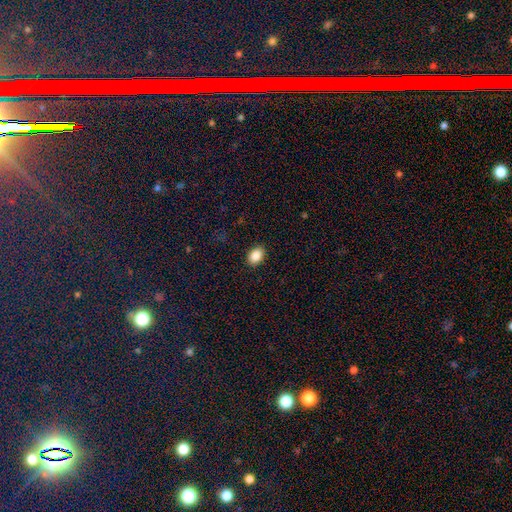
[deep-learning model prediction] Smooth or featured: smooth — 87% (star or artifact — 8%)
How rounded: in between — 79% (round — 20%)
Merging: none — 89% (minor disturbance — 8%)